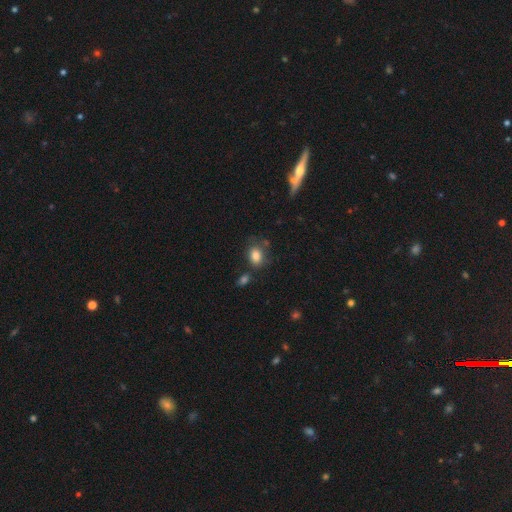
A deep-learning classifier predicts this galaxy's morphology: Overall: smooth (83%). How rounded: in between (71%). Merging: none (64%).